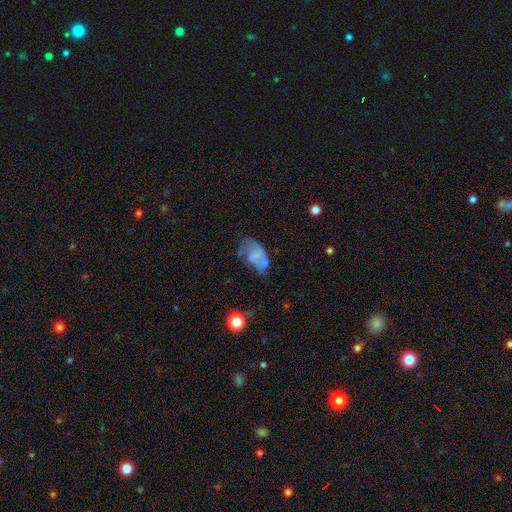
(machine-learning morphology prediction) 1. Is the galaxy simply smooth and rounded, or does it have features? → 46% smooth, 43% featured or disk, 10% star or artifact.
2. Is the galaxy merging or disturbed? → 38% major disturbance, 27% minor disturbance, 26% none, 10% merger.